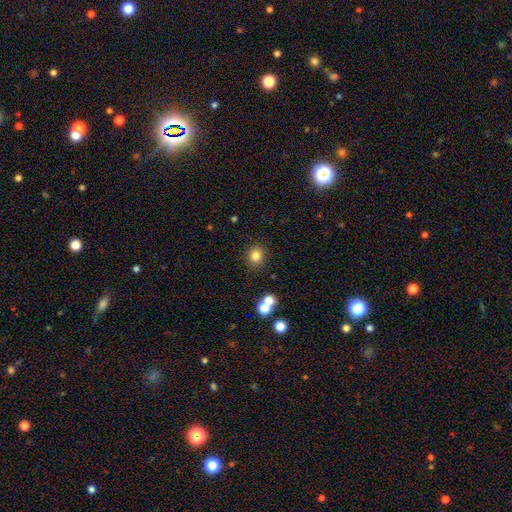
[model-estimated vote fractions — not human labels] Smooth or featured? smooth (81%)
How rounded? round (86%)
Merging? none (86%)